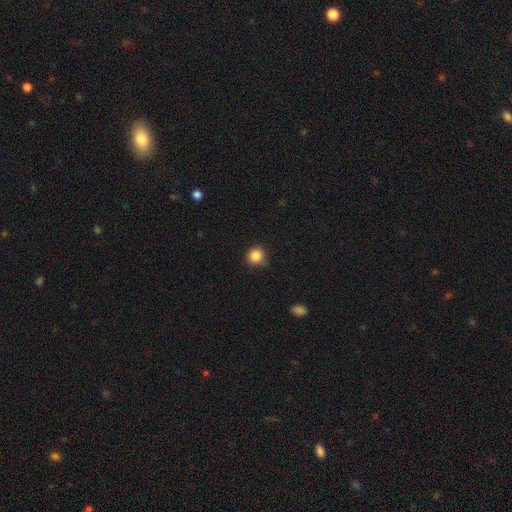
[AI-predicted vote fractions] Morphology: type=smooth (84%); roundness=round (92%); merging=none (82%).